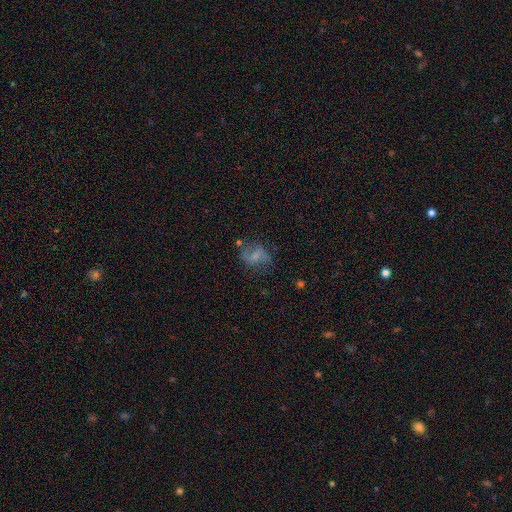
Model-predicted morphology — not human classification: This is possibly a featured or disk galaxy (55%). It is clearly not viewed edge-on (97%). Bar: possibly weak (47%). Spiral arm pattern: likely yes (79%). Central bulge: marginally none (38%). Merging: likely none (62%).